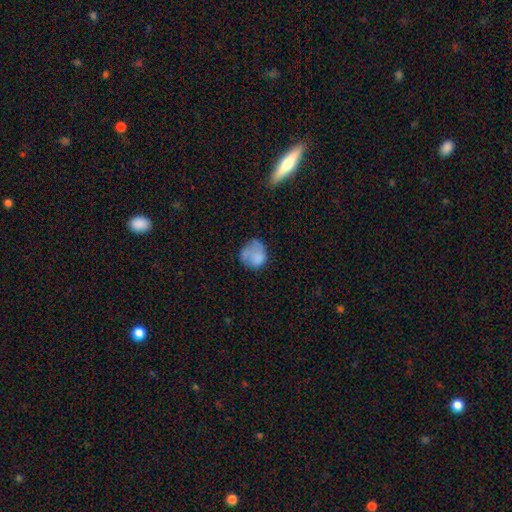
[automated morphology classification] This is likely a smooth galaxy (69%). How rounded: likely round (72%). Merging: marginally none (44%).